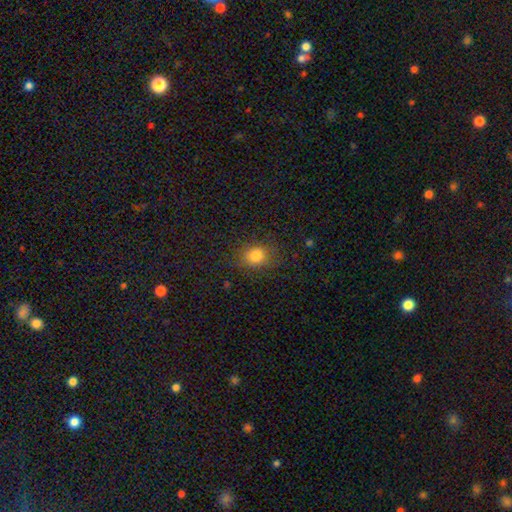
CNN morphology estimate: Smooth or featured? smooth (80%)
How rounded? round (60%)
Merging? none (79%)